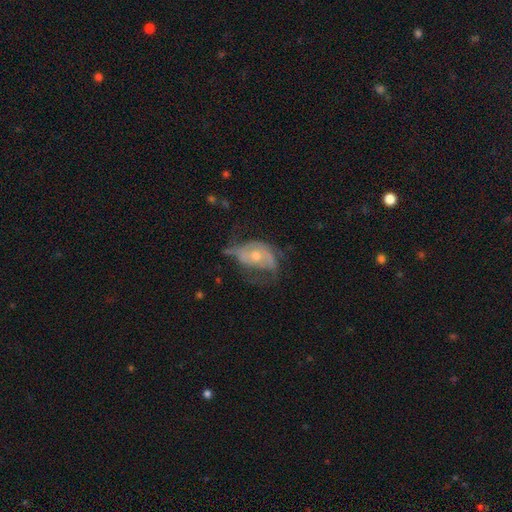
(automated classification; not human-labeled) Smooth or featured: featured or disk — 70% (smooth — 22%)
Edge-on disk: no — 96% (yes — 4%)
Bar: no — 75% (weak — 21%)
Spiral arms: yes — 74% (no — 26%)
Bulge size: moderate — 56% (small — 39%)
Merging: none — 36% (major disturbance — 31%)